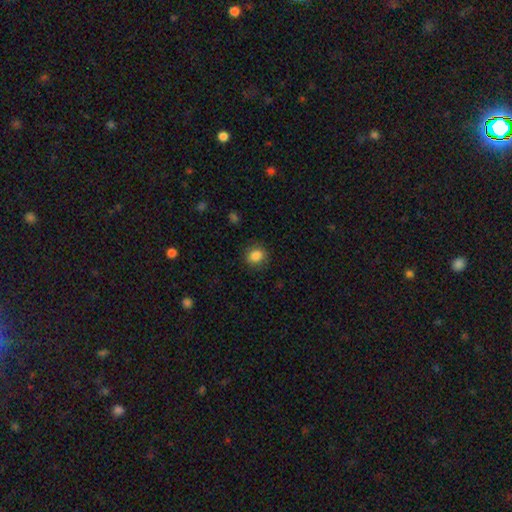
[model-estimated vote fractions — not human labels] smooth_or_featured: smooth (p=0.86) [alt: star or artifact p=0.10]
how_rounded: round (p=0.71) [alt: in between p=0.28]
merging: none (p=0.86) [alt: minor disturbance p=0.10]